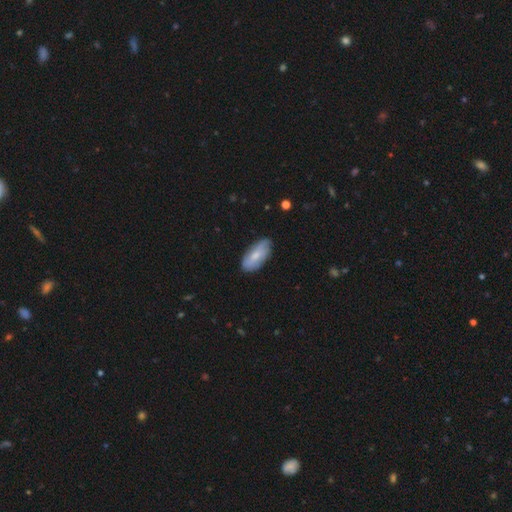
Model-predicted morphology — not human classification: Smooth or featured: smooth — 69% (featured or disk — 26%)
How rounded: in between — 88% (cigar-shaped — 10%)
Merging: none — 78% (minor disturbance — 18%)